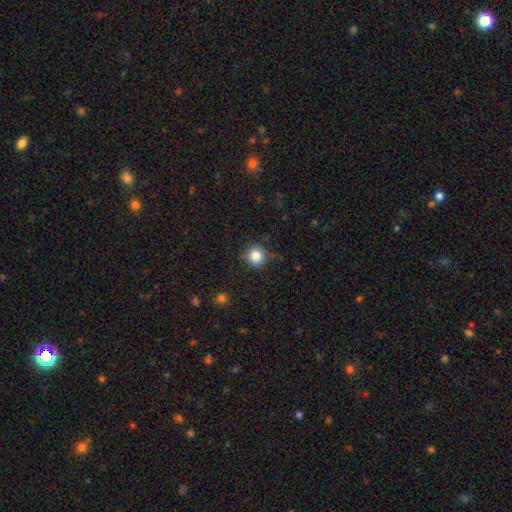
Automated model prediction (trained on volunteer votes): Smooth or featured: smooth — 84% (star or artifact — 11%)
How rounded: round — 93% (in between — 6%)
Merging: none — 84% (minor disturbance — 11%)